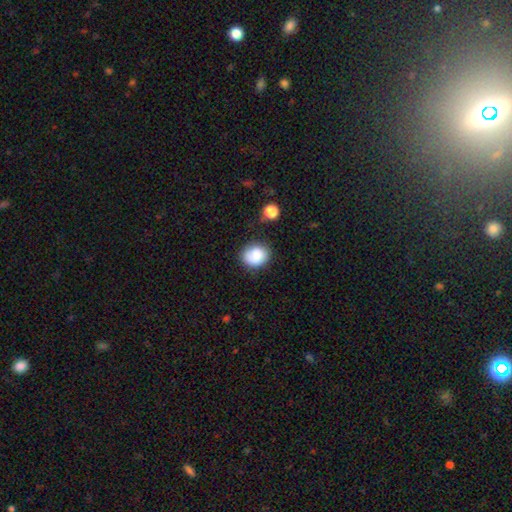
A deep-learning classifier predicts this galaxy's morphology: A smooth galaxy with no disk features (85%) that is round (63%).

Vote fractions:
- Smooth or featured? smooth: 85% / star or artifact: 9% / featured or disk: 6%
- How rounded? round: 63% / in between: 36% / cigar-shaped: 1%
- Merging? none: 73% / minor disturbance: 18% / major disturbance: 5% / merger: 4%